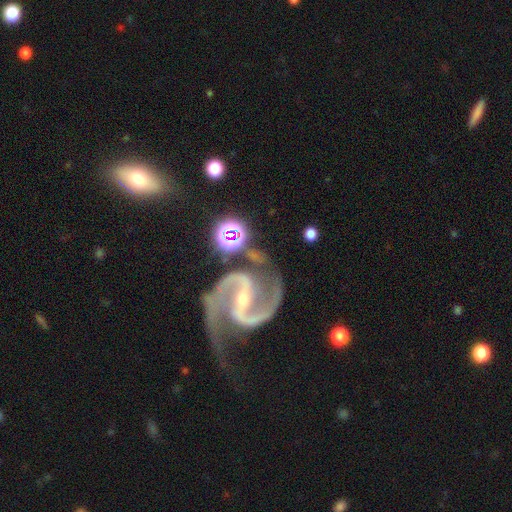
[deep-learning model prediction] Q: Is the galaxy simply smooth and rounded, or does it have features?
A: featured or disk — 92%.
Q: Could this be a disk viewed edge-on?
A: no — 98%.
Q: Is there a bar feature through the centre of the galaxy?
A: strong — 56%.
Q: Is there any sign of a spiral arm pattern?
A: yes — 98%.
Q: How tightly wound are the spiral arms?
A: medium — 61%.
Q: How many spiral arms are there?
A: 2 — 93%.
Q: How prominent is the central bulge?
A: small — 69%.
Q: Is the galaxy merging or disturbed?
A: none — 63%.